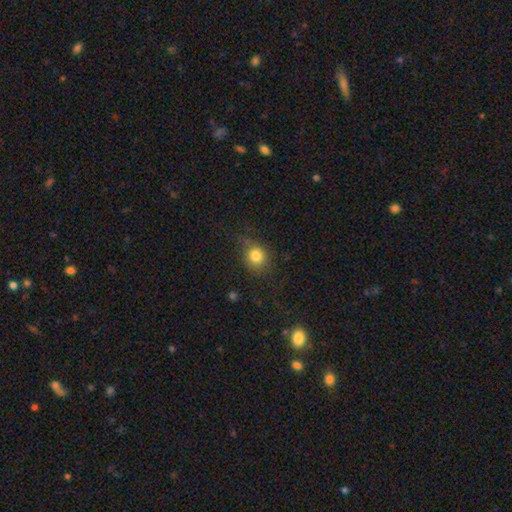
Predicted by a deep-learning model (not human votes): Smooth or featured? smooth (80%)
How rounded? round (77%)
Merging? none (64%)